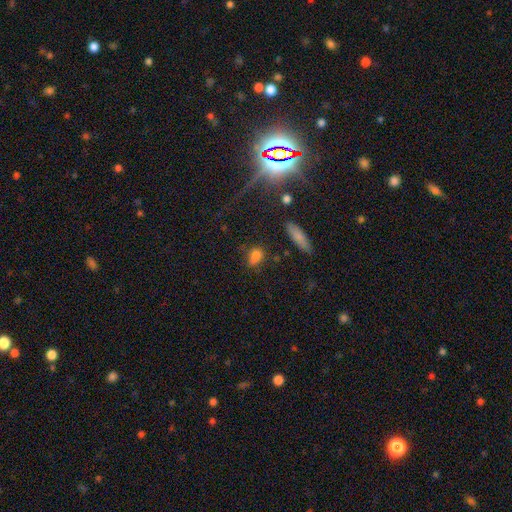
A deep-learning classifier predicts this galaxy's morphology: The model was most divided on "merging": none: 61%, minor disturbance: 24%, major disturbance: 9%, merger: 6%. More confident: smooth or featured — smooth (77%); how rounded — in between (70%).